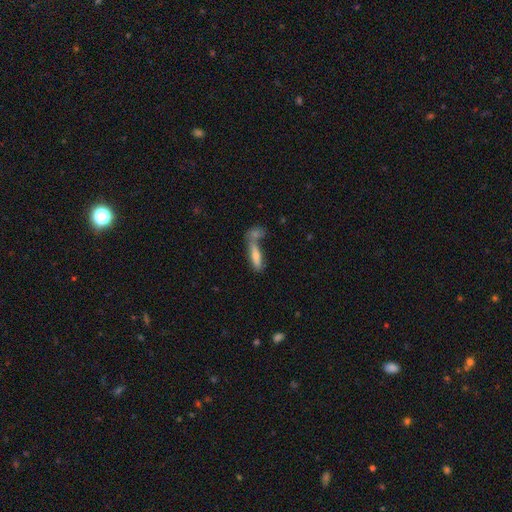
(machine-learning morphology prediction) Overall: smooth (65%; featured or disk 27%). How rounded: cigar-shaped (69%). Merging: none (42%; merger 41%).